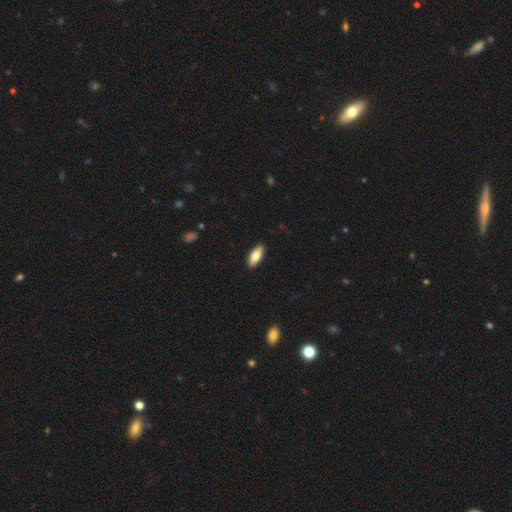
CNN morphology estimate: A smooth galaxy with no disk features (78%) that is in between round and cigar-shaped (76%).

Vote fractions:
- Smooth or featured? smooth: 78% / featured or disk: 16% / star or artifact: 6%
- How rounded? in between: 76% / cigar-shaped: 22% / round: 2%
- Merging? none: 90% / minor disturbance: 7% / major disturbance: 2% / merger: 1%